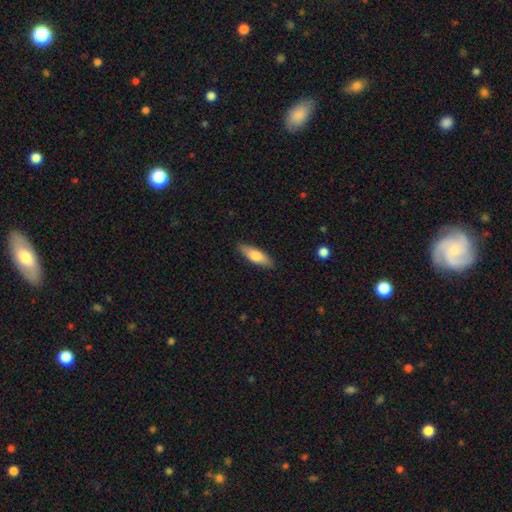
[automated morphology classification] Overall: smooth (72%). How rounded: in between (60%; cigar-shaped 38%). Merging: none (86%).